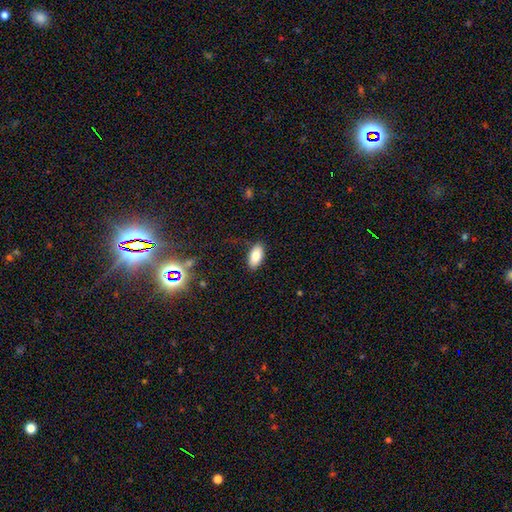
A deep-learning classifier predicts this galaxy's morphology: Overall: smooth (82%). How rounded: in between (91%). Merging: none (85%).